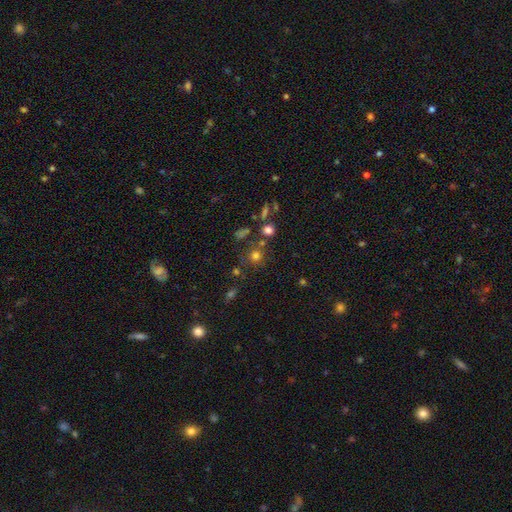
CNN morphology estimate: Q: Smooth or featured?
A: smooth (71%); runner-up: star or artifact (20%)
Q: How rounded?
A: round (88%); runner-up: in between (10%)
Q: Merging?
A: none (71%); runner-up: merger (13%)